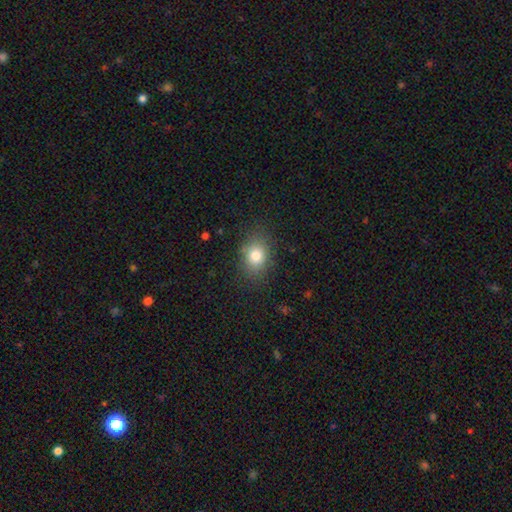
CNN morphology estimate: smooth 80%, star or artifact 11%, featured or disk 8%. Down the decision tree: how rounded — in between (58%); merging — none (81%).